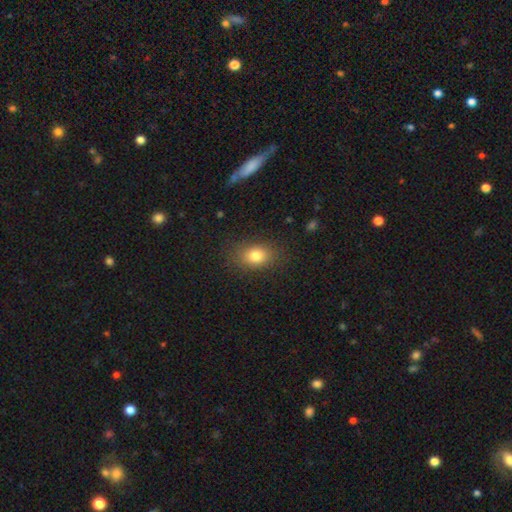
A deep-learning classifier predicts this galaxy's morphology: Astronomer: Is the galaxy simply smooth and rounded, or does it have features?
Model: smooth — 80%.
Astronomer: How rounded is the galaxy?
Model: in between — 72%.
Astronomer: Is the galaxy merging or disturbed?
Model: none — 84%.